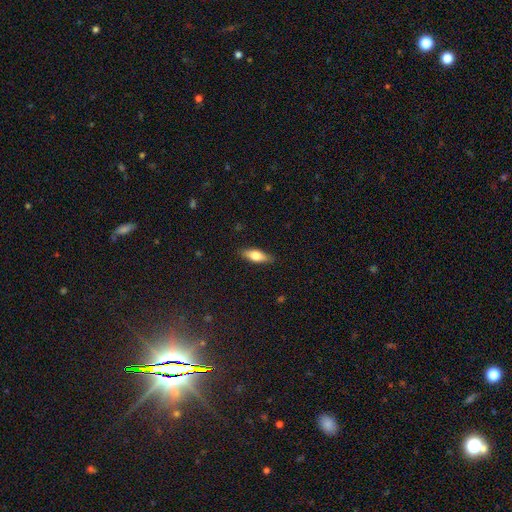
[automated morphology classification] Overall: smooth (69%). How rounded: in between (65%; cigar-shaped 32%). Merging: none (87%).